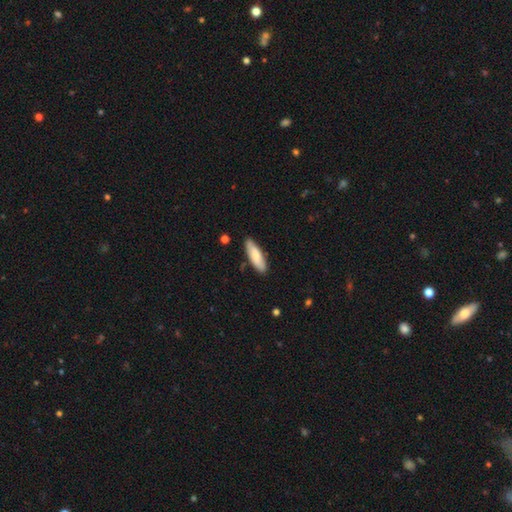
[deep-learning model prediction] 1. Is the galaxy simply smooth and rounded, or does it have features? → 77% smooth, 18% featured or disk, 5% star or artifact.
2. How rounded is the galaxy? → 50% cigar-shaped, 48% in between, 2% round.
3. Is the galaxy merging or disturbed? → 85% none, 12% minor disturbance, 2% major disturbance, 2% merger.